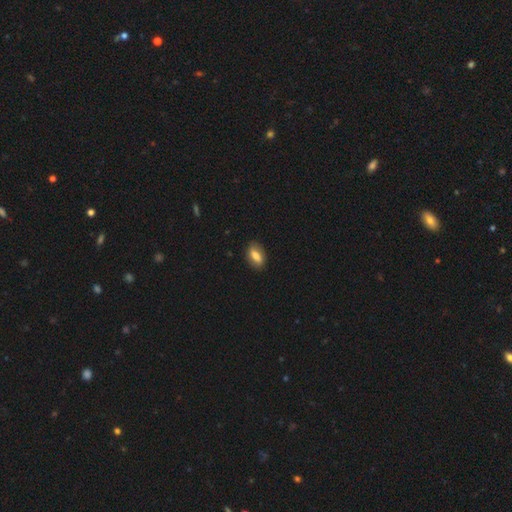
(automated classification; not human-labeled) Smooth or featured: smooth — 73% (featured or disk — 19%)
How rounded: in between — 84% (cigar-shaped — 9%)
Merging: none — 84% (minor disturbance — 12%)